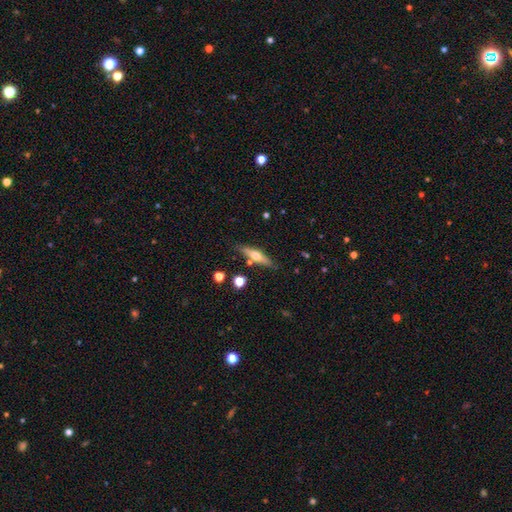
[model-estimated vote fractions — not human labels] Q: Smooth or featured?
A: featured or disk (54%); runner-up: smooth (40%)
Q: Edge-on disk?
A: yes (93%); runner-up: no (7%)
Q: Merging?
A: none (82%); runner-up: minor disturbance (10%)